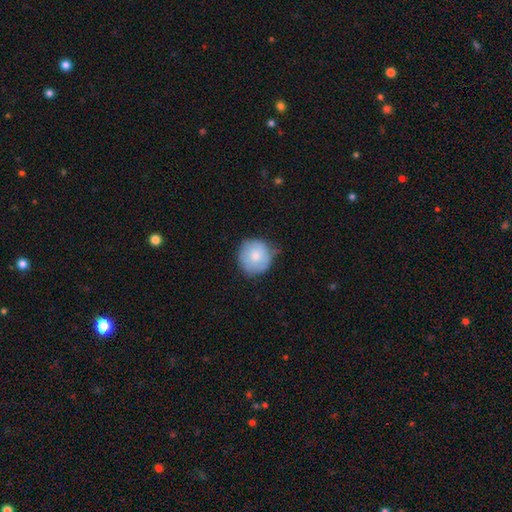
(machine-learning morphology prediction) Smooth or featured? Predicted: smooth (p=0.70). How rounded? Predicted: round (p=0.91). Merging? Predicted: none (p=0.62).